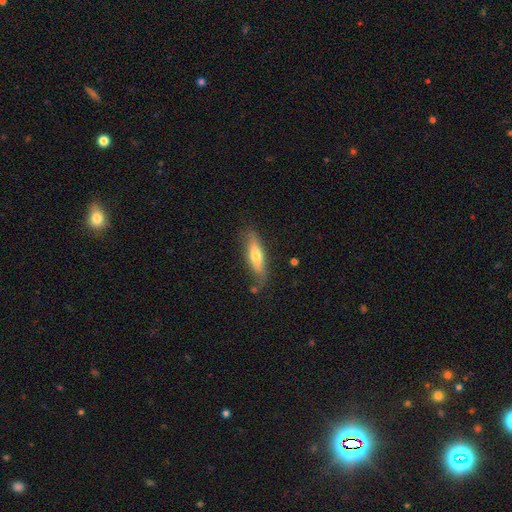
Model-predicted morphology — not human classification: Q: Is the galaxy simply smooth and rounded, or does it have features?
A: smooth — 59%.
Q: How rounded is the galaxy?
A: cigar-shaped — 66%.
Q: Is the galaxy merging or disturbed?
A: none — 78%.